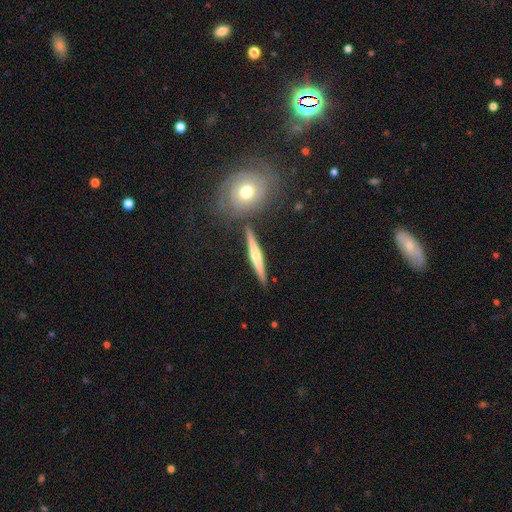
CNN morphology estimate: A featured or disk galaxy (56%) viewed edge-on (95%) with a rounded central bulge (62%). Merging: none (83%).